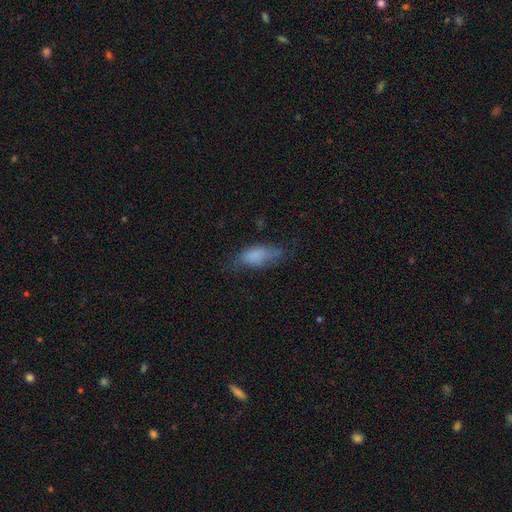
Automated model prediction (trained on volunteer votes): Overall: smooth (73%). How rounded: in between (77%). Merging: none (48%; minor disturbance 32%).